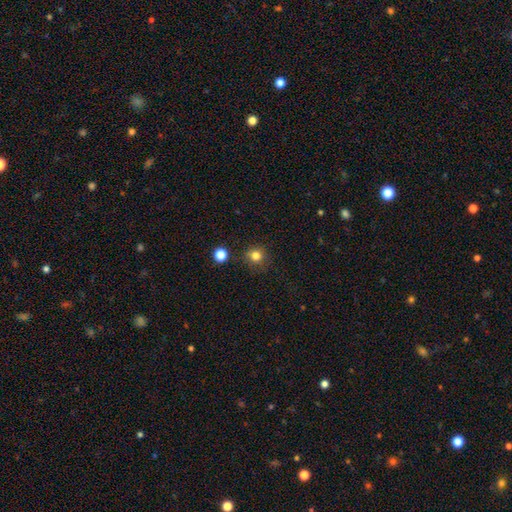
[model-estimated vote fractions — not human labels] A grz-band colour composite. It shows a smooth galaxy with no disk features (80%) that is round (91%). Merging: none (84%).